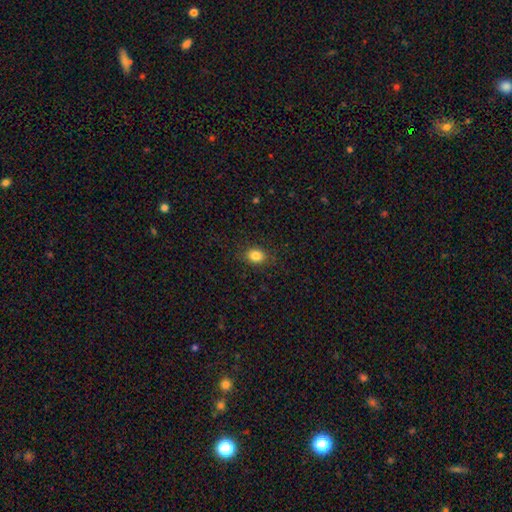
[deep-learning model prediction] Q: Smooth or featured?
A: smooth (84%); runner-up: star or artifact (10%)
Q: How rounded?
A: in between (57%); runner-up: round (42%)
Q: Merging?
A: none (86%); runner-up: minor disturbance (10%)